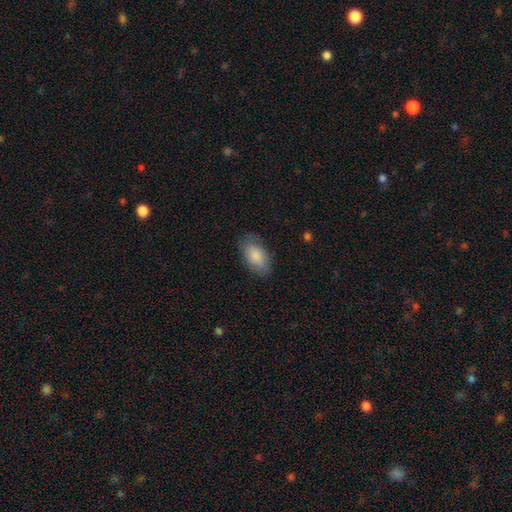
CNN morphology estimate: The model was most divided on "merging": none: 79%, minor disturbance: 16%, major disturbance: 4%, merger: 1%. More confident: how rounded — in between (94%); smooth or featured — smooth (83%).